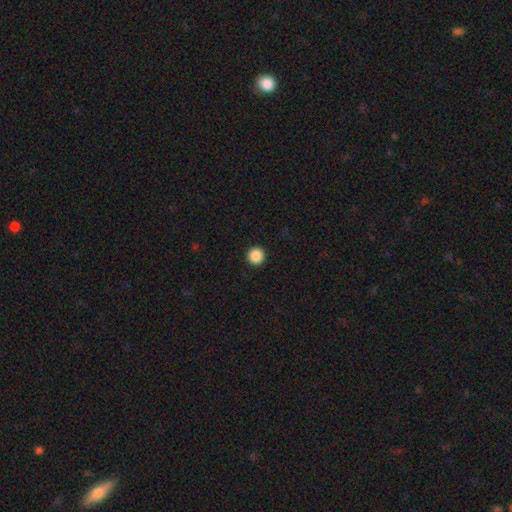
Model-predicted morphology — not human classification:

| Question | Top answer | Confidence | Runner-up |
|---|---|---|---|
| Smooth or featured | smooth | 88% | star or artifact (10%) |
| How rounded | round | 97% | in between (2%) |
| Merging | none | 94% | minor disturbance (4%) |